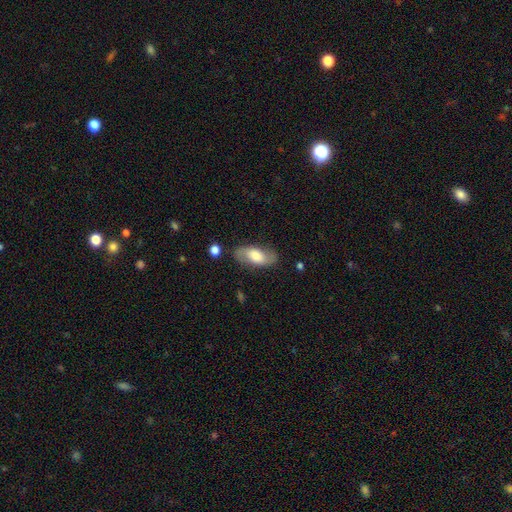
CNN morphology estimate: smooth-or-featured: smooth: 50% | featured or disk: 44% | star or artifact: 6%
  how-rounded: in between: 86% | cigar-shaped: 10% | round: 4%
  merging: none: 78% | minor disturbance: 15% | major disturbance: 5% | merger: 2%